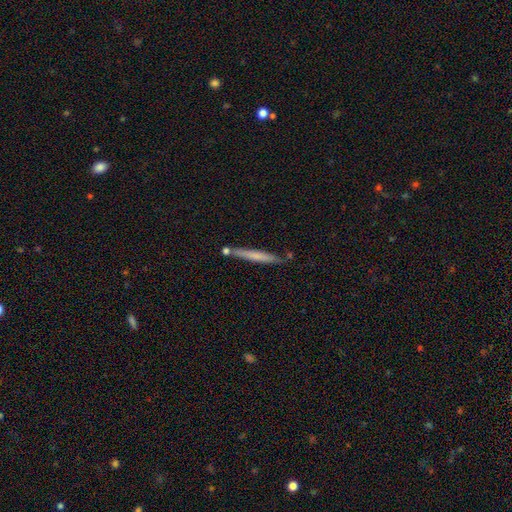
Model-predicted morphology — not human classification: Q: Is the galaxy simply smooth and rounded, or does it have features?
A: smooth — 60%.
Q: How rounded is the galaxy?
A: cigar-shaped — 96%.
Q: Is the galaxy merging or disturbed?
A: none — 79%.